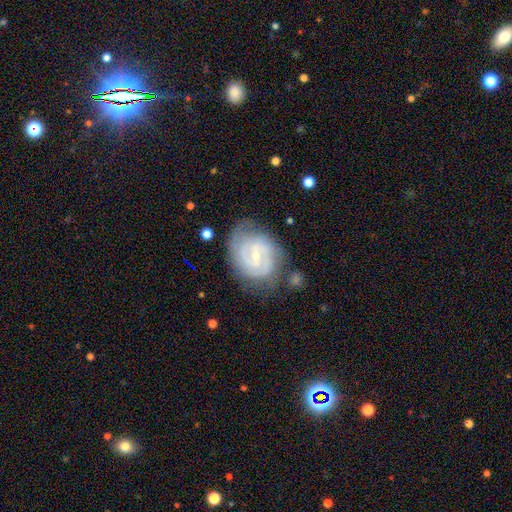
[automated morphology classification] Smooth or featured? Predicted: featured or disk (p=0.84). Edge-on disk? Predicted: no (p=0.97). Bar? Predicted: weak (p=0.52). Spiral arms? Predicted: yes (p=0.96). Spiral winding? Predicted: tight (p=0.62). Spiral arm count? Predicted: 2 (p=0.55). Bulge size? Predicted: small (p=0.73). Merging? Predicted: none (p=0.70).